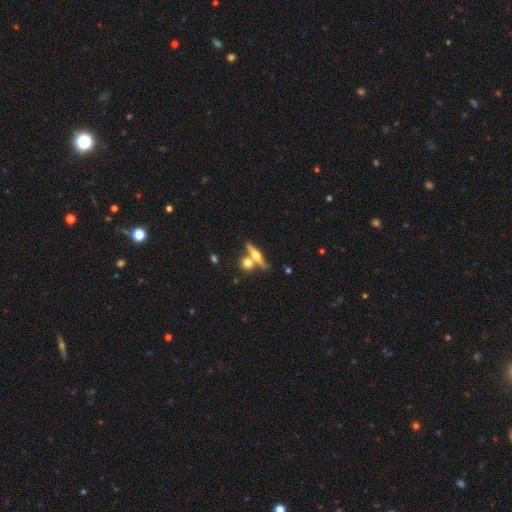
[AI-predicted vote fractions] Overall: featured or disk (64%; smooth 29%). Edge-on disk: yes (93%). Edge-on bulge: rounded (94%). Merging: none (63%; merger 24%).